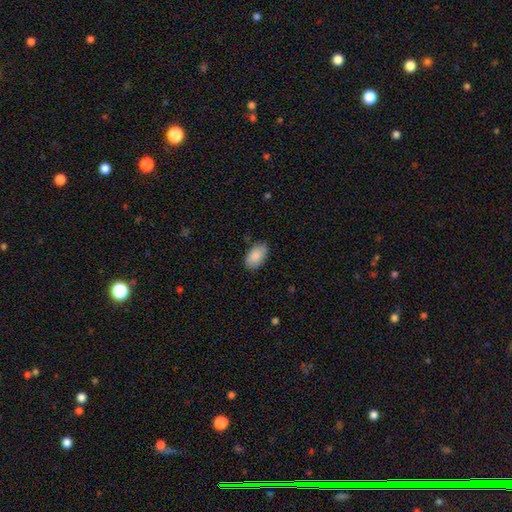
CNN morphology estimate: This appears to be a smooth galaxy with no disk features (89%) that is in between round and cigar-shaped (93%). Merging: none (80%).